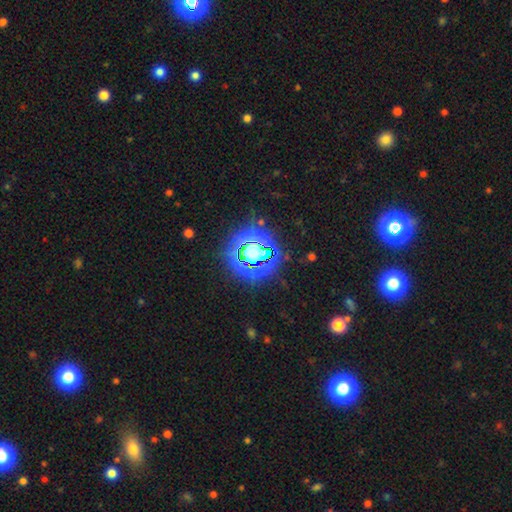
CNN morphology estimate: Overall: star or artifact (73%).